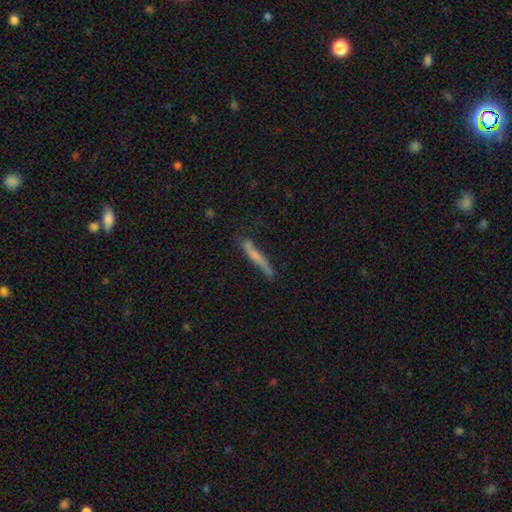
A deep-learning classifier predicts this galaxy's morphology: smooth 53%, featured or disk 39%, star or artifact 7%. Down the decision tree: how rounded — cigar-shaped (94%); merging — none (69%).